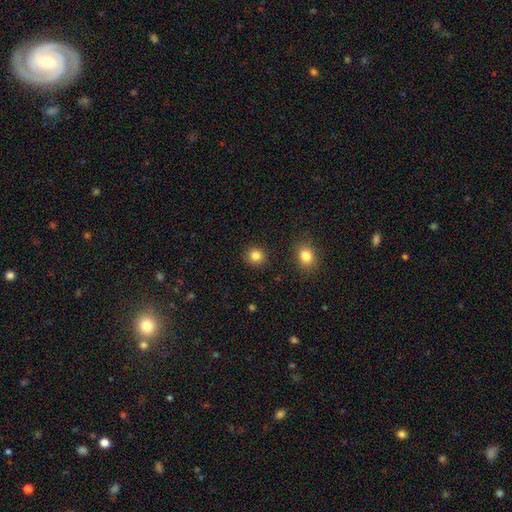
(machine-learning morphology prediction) This appears to be a smooth galaxy with no disk features (84%) that is round (88%). Merging: none (90%).